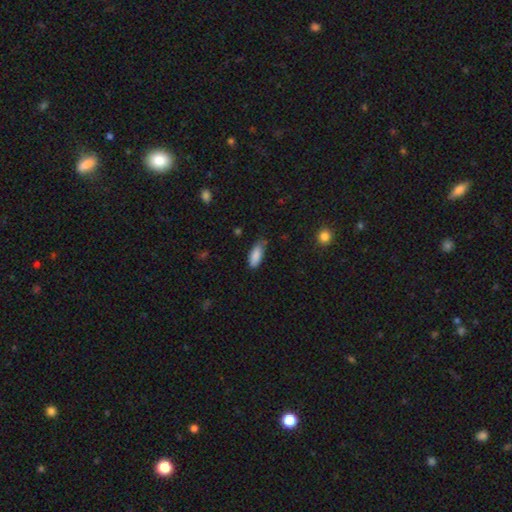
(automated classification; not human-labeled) The model was most divided on "merging": none: 66%, minor disturbance: 27%, major disturbance: 4%, merger: 2%. More confident: smooth or featured — smooth (87%); how rounded — in between (80%).